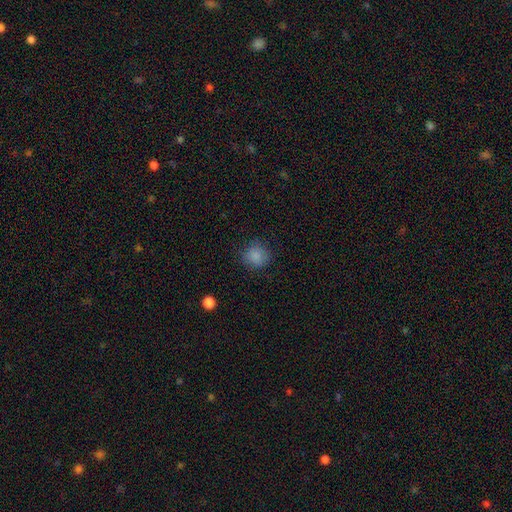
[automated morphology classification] This appears to be a smooth galaxy with no disk features (85%) that is round (87%). Merging: none (84%).